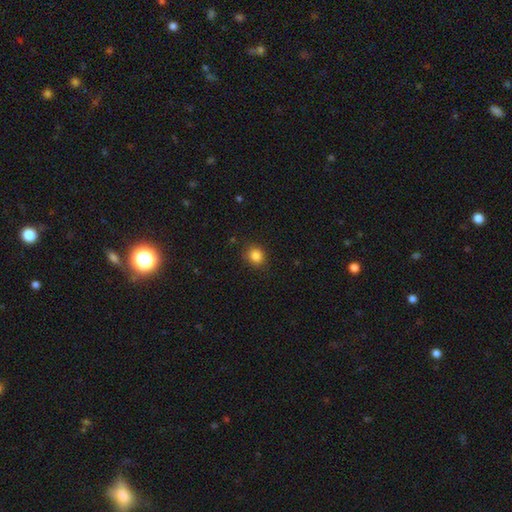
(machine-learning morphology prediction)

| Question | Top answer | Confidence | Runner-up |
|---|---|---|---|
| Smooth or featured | smooth | 85% | star or artifact (11%) |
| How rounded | round | 78% | in between (21%) |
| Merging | none | 85% | minor disturbance (11%) |